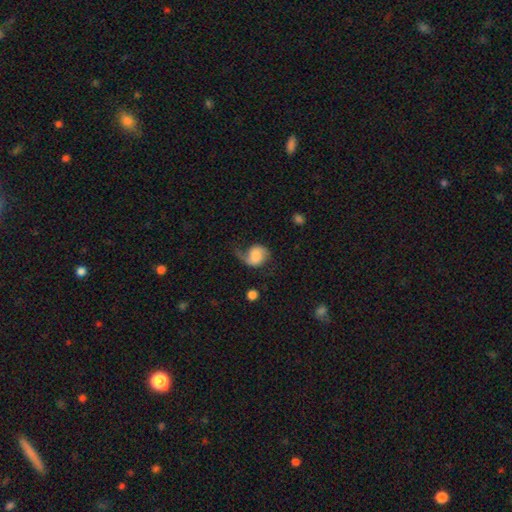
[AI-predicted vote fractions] Overall: featured or disk (54%; smooth 38%). Edge-on disk: no (98%). Bar: no (63%; weak 31%). Spiral arms: yes (90%). Bulge size: moderate (28%; small 25%). Merging: none (38%; major disturbance 32%).